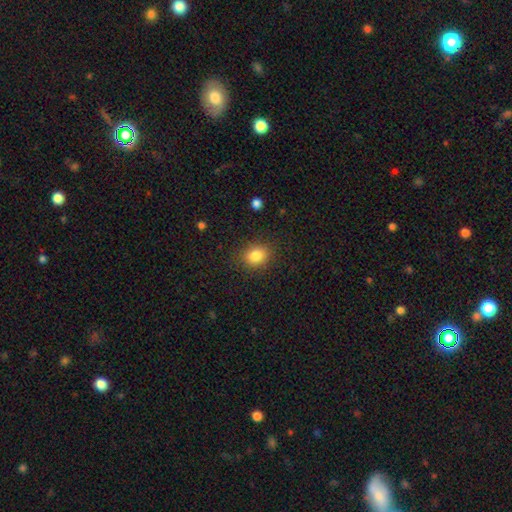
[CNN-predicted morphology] type=smooth (84%); roundness=in between (55%); merging=none (85%).